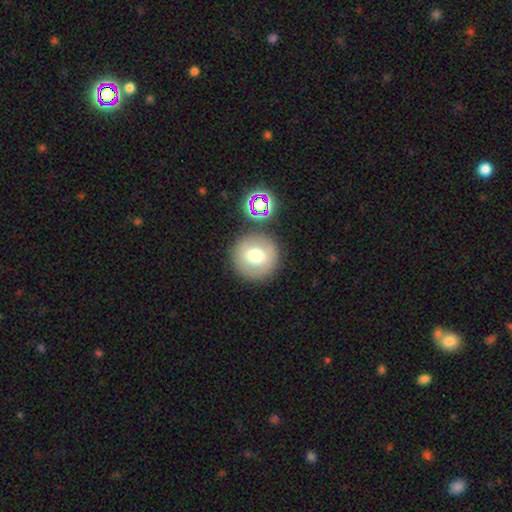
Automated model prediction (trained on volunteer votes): This is likely a smooth galaxy (67%). How rounded: clearly round (95%). Merging: clearly none (84%).